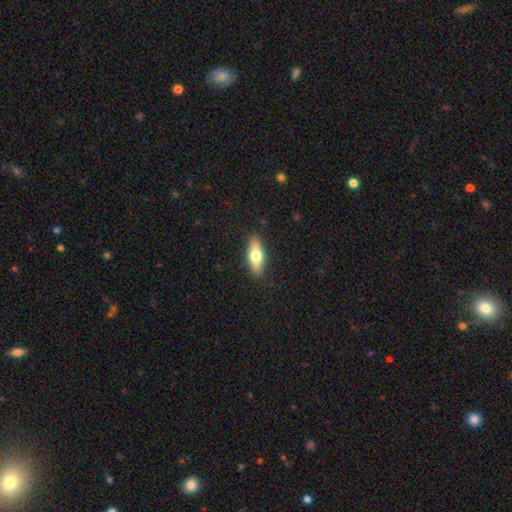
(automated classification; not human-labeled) A smooth galaxy with no disk features (66%) that is in between round and cigar-shaped (67%).

Vote fractions:
- Smooth or featured? smooth: 66% / featured or disk: 28% / star or artifact: 6%
- How rounded? in between: 67% / cigar-shaped: 30% / round: 3%
- Merging? none: 89% / minor disturbance: 8% / major disturbance: 2% / merger: 1%